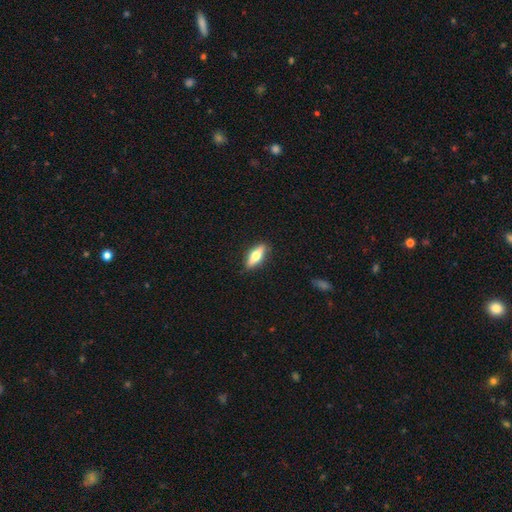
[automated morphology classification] Overall: smooth (53%; featured or disk 41%). How rounded: in between (54%; cigar-shaped 42%). Merging: none (89%).